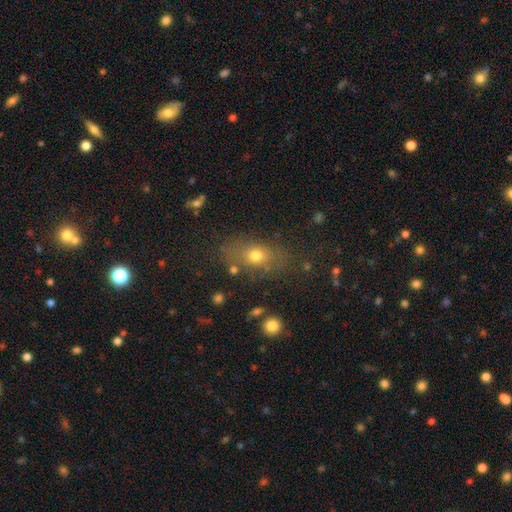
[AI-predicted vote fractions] Smooth or featured? smooth (67%)
How rounded? in between (70%)
Merging? none (76%)